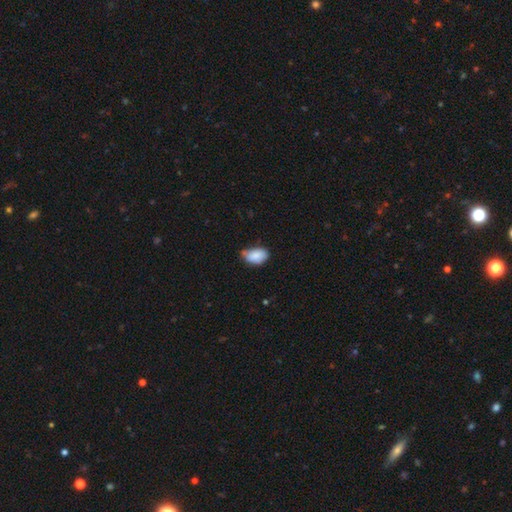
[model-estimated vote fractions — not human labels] Q: Smooth or featured?
A: smooth (85%); runner-up: star or artifact (8%)
Q: How rounded?
A: in between (89%); runner-up: round (10%)
Q: Merging?
A: none (48%); runner-up: minor disturbance (41%)